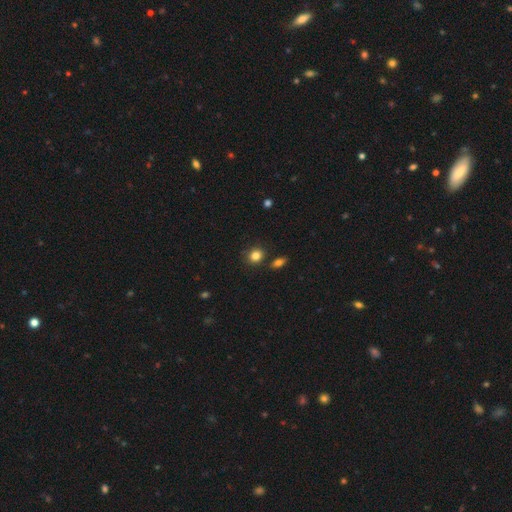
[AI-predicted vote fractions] smooth 83%, star or artifact 11%, featured or disk 6%. Down the decision tree: how rounded — round (77%); merging — none (81%).